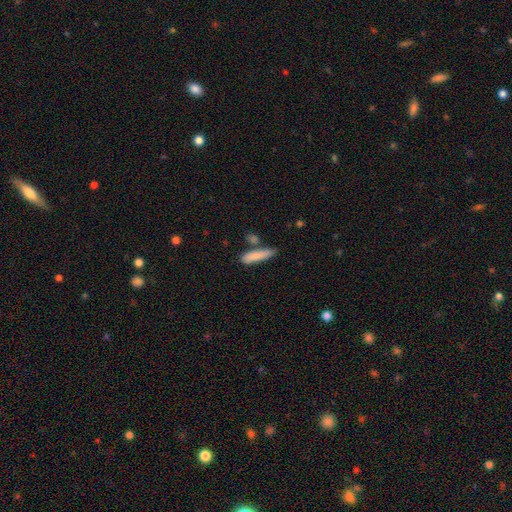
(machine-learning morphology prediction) A smooth galaxy with no disk features (82%) that is cigar-shaped (80%).

Vote fractions:
- Smooth or featured? smooth: 82% / featured or disk: 11% / star or artifact: 6%
- How rounded? cigar-shaped: 80% / in between: 18% / round: 2%
- Merging? none: 66% / minor disturbance: 17% / merger: 13% / major disturbance: 4%